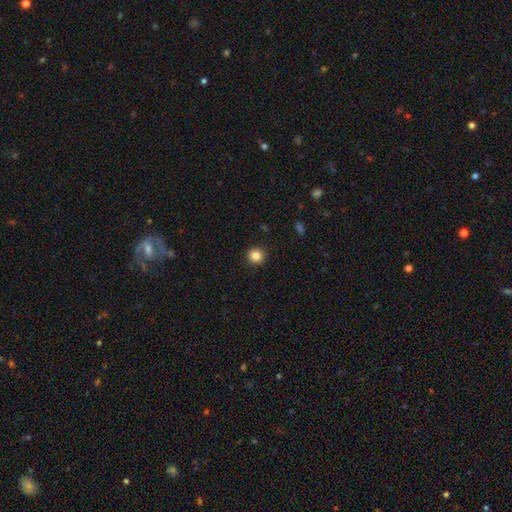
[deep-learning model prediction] Morphology: type=smooth (85%); roundness=round (94%); merging=none (93%).